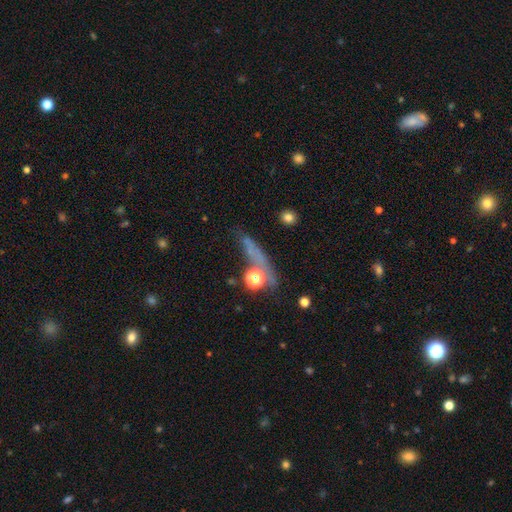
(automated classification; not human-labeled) A smooth galaxy with no disk features (47%). Merging: none (55%).